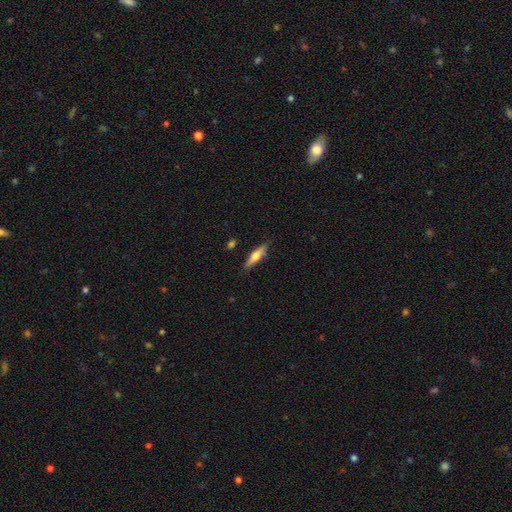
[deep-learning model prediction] Morphology: type=smooth (49%); merging=none (85%).